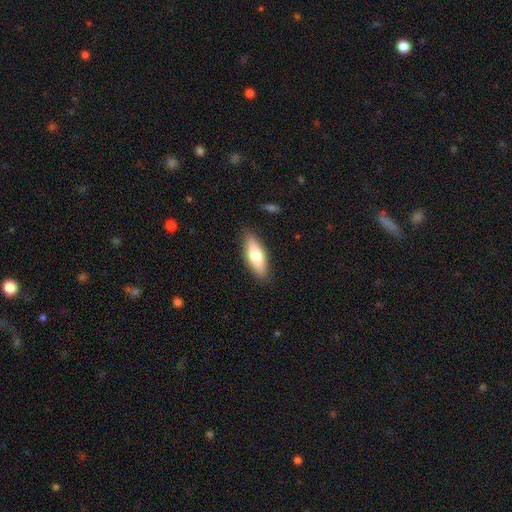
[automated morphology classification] A smooth galaxy with no disk features (69%) that is in between round and cigar-shaped (60%). Merging: none (86%).